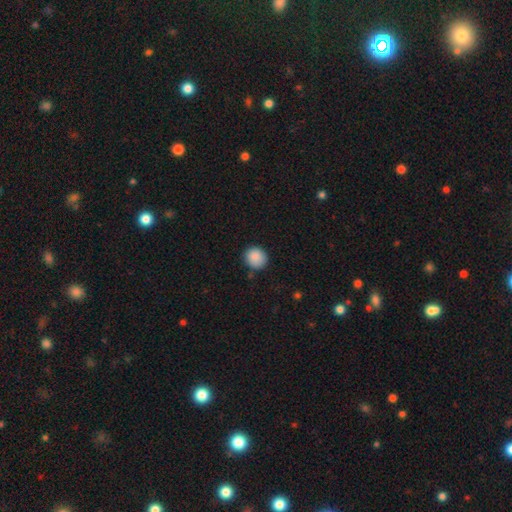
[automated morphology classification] Smooth or featured?
  - smooth: 88% *
  - star or artifact: 8%
  - featured or disk: 3%
How rounded?
  - round: 87% *
  - in between: 12%
  - cigar-shaped: 1%
Merging?
  - none: 85% *
  - minor disturbance: 11%
  - major disturbance: 2%
  - merger: 2%